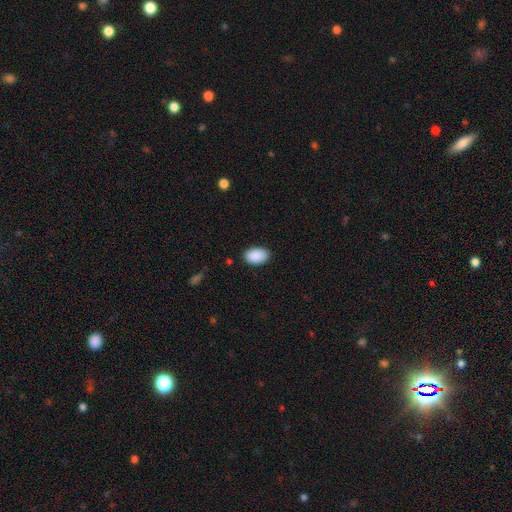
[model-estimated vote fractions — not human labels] Smooth or featured? smooth (90%)
How rounded? in between (90%)
Merging? none (86%)